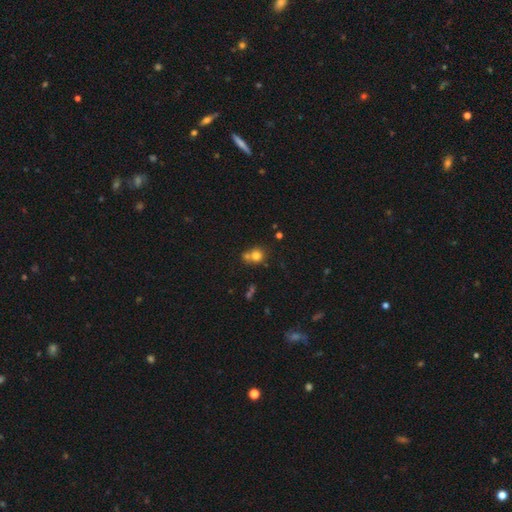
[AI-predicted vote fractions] smooth_or_featured: smooth (p=0.77) [alt: star or artifact p=0.13]
how_rounded: round (p=0.83) [alt: in between p=0.16]
merging: none (p=0.47) [alt: merger p=0.39]